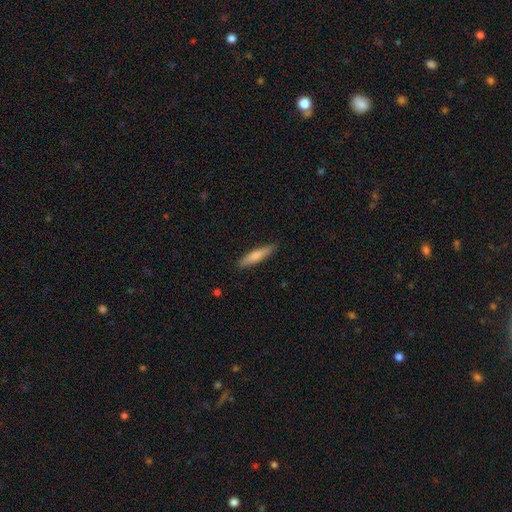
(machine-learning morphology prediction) smooth-or-featured: smooth: 73% | featured or disk: 21% | star or artifact: 5%
  how-rounded: cigar-shaped: 86% | in between: 12% | round: 1%
  merging: none: 89% | minor disturbance: 9% | major disturbance: 2% | merger: 1%